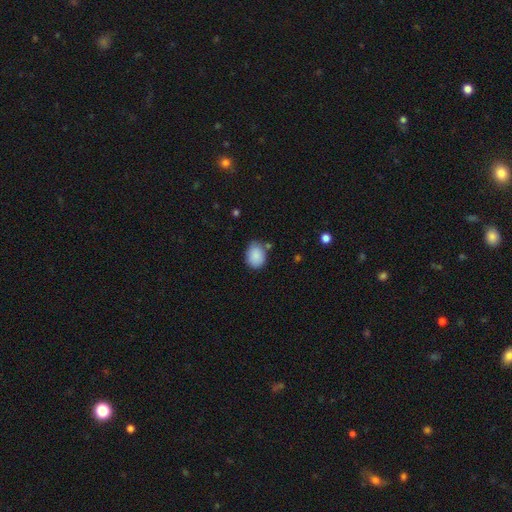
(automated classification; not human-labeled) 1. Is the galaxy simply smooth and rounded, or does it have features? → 88% smooth, 7% star or artifact, 4% featured or disk.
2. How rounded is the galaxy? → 64% in between, 35% round, 1% cigar-shaped.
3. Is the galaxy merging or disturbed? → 69% none, 21% minor disturbance, 5% merger, 4% major disturbance.